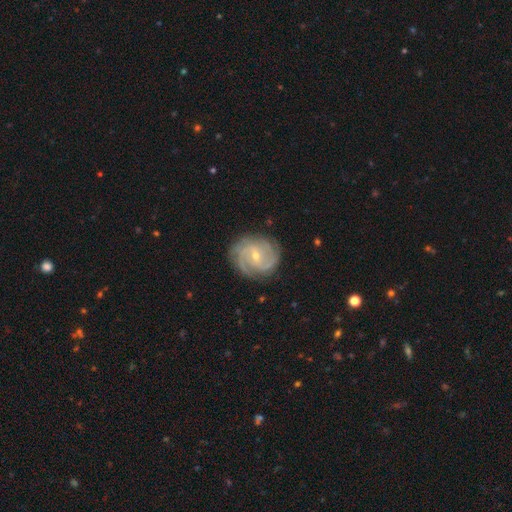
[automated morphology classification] A featured or disk galaxy (86%) with a weak bar (45%, tied with no), 3 (34%) tight (58%) spiral arms (97%) and a small central bulge (68%). Merging: none (81%).